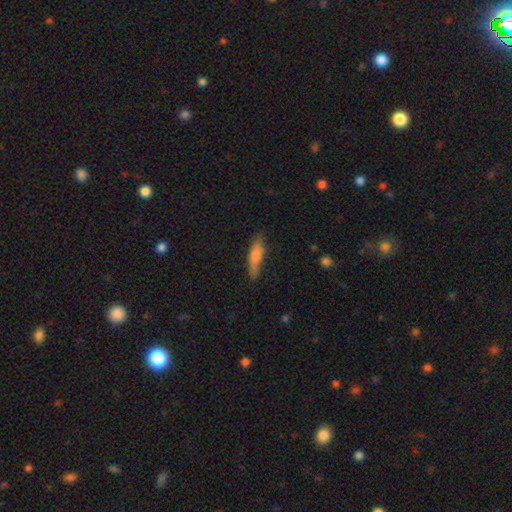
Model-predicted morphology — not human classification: smooth-or-featured: smooth: 75% | featured or disk: 19% | star or artifact: 6%
  how-rounded: cigar-shaped: 67% | in between: 32% | round: 2%
  merging: none: 77% | minor disturbance: 18% | major disturbance: 4% | merger: 2%